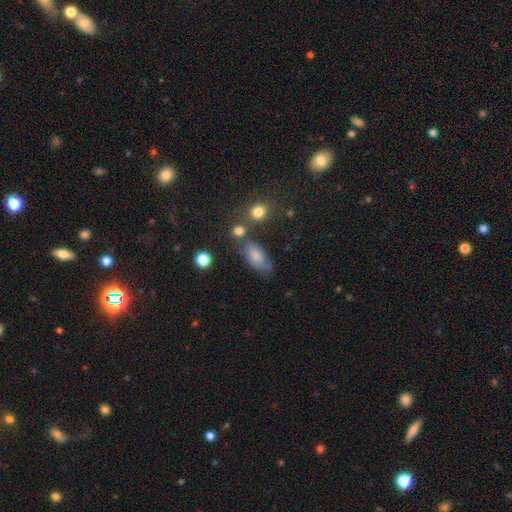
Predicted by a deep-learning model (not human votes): A smooth galaxy with no disk features (70%) that is in between round and cigar-shaped (87%).

Vote fractions:
- Smooth or featured? smooth: 70% / featured or disk: 19% / star or artifact: 11%
- How rounded? in between: 87% / round: 7% / cigar-shaped: 6%
- Merging? none: 56% / minor disturbance: 25% / major disturbance: 10% / merger: 9%